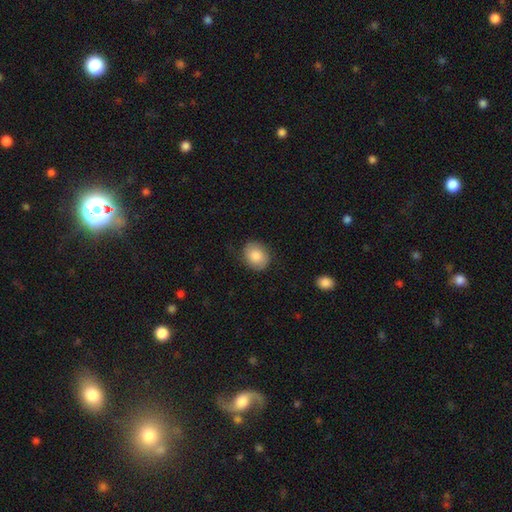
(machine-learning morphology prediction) A smooth galaxy with no disk features (77%) that is round (50%). Merging: none (76%).